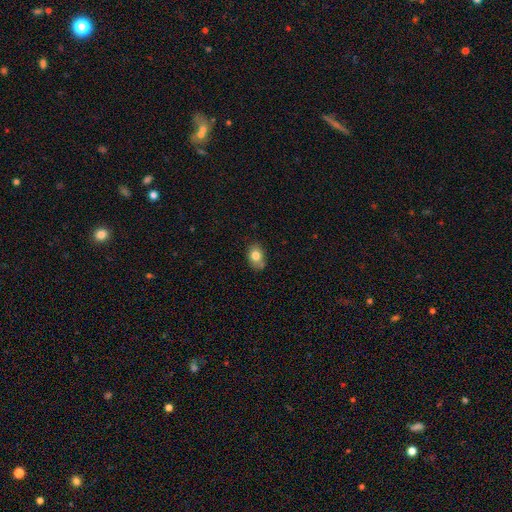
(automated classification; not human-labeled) smooth_or_featured: smooth (p=0.79) [alt: featured or disk p=0.12]
how_rounded: in between (p=0.69) [alt: round p=0.30]
merging: none (p=0.69) [alt: minor disturbance p=0.22]